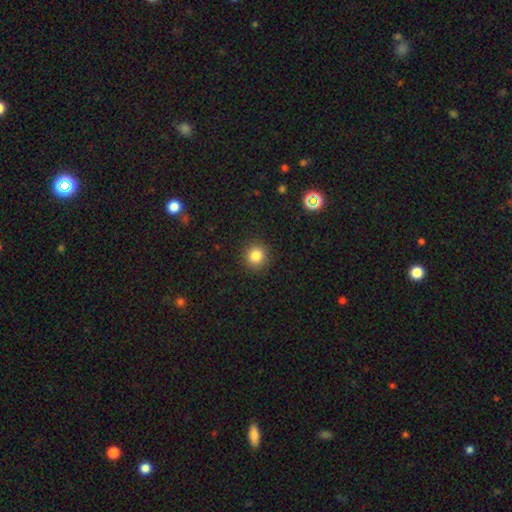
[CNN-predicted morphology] This is clearly a smooth galaxy (83%). How rounded: clearly round (93%). Merging: clearly none (92%).